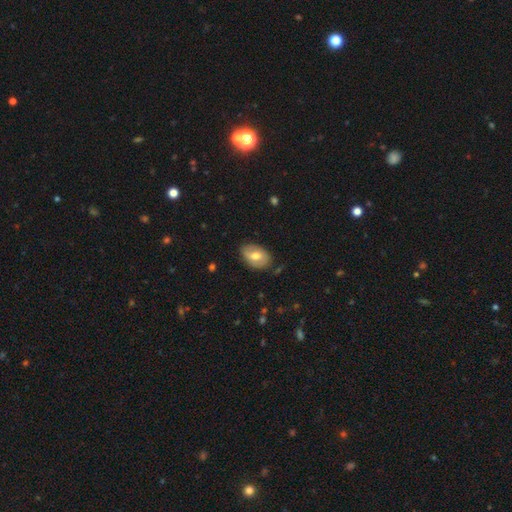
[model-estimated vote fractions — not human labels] This is possibly a smooth galaxy (55%). How rounded: clearly in between (85%). Merging: likely none (75%).